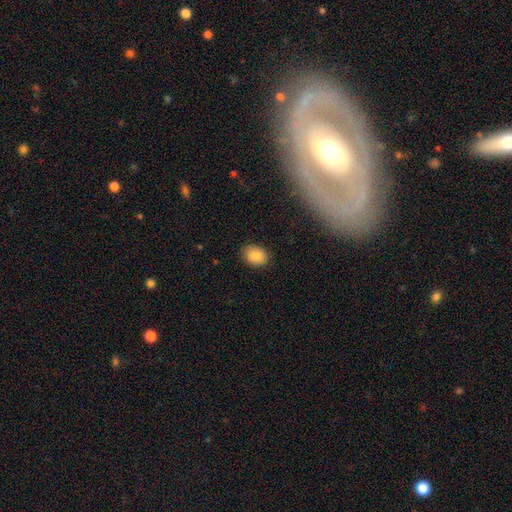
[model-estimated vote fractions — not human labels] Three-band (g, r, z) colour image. It shows a smooth galaxy with no disk features (87%) that is in between round and cigar-shaped (73%). Merging: none (88%).